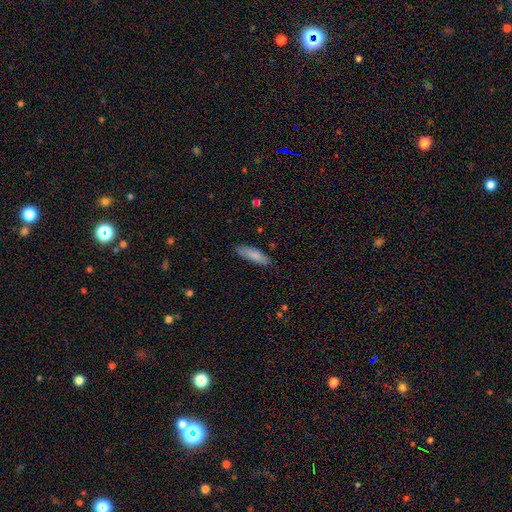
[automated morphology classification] This appears to be a smooth galaxy with no disk features (84%) that is cigar-shaped (59%). Merging: none (81%).